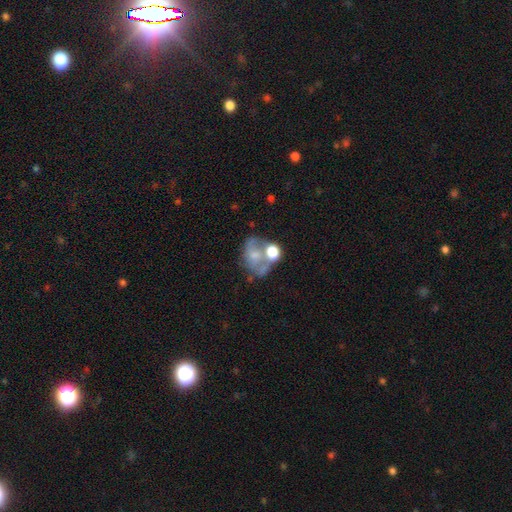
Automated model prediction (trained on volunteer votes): A featured or disk galaxy (50%).

Vote fractions:
- Smooth or featured? featured or disk: 50% / smooth: 37% / star or artifact: 13%
- Merging? merger: 34% / none: 30% / major disturbance: 19% / minor disturbance: 17%